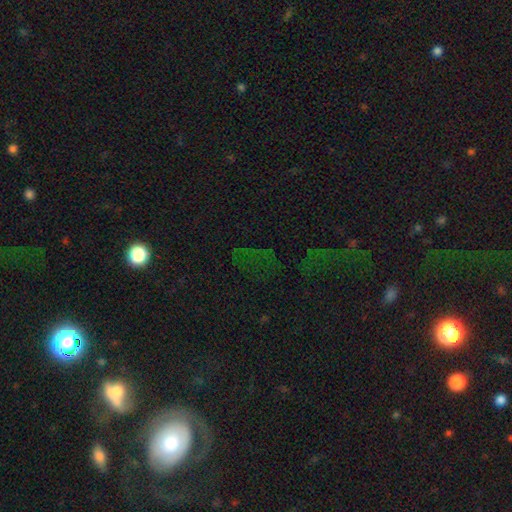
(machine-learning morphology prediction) Smooth or featured? Predicted: star or artifact (p=0.60).